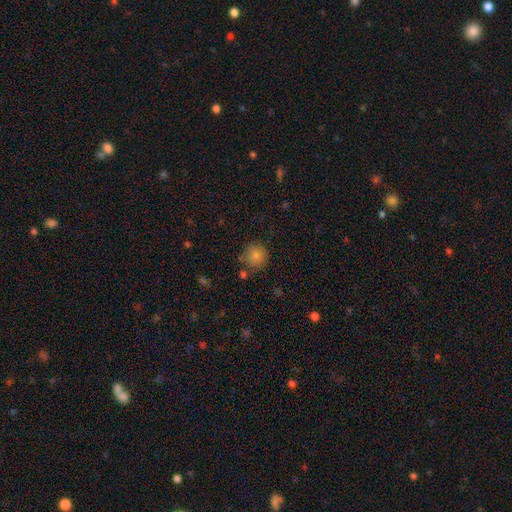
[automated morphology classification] Smooth or featured?
  - smooth: 84% *
  - star or artifact: 11%
  - featured or disk: 6%
How rounded?
  - round: 90% *
  - in between: 9%
  - cigar-shaped: 1%
Merging?
  - none: 77% *
  - minor disturbance: 13%
  - merger: 6%
  - major disturbance: 4%